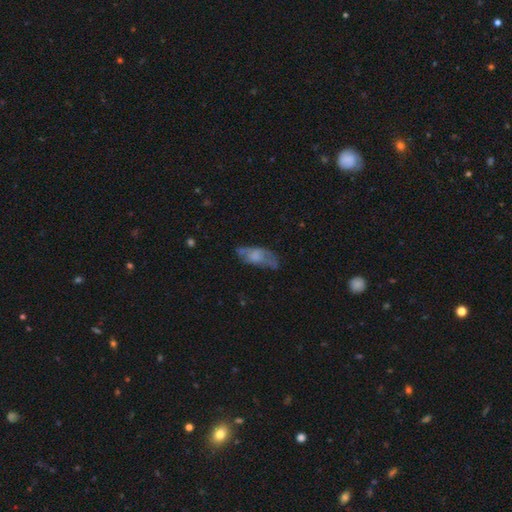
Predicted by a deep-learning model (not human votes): smooth 51%, featured or disk 39%, star or artifact 9%. Down the decision tree: how rounded — in between (81%); merging — none (43%).